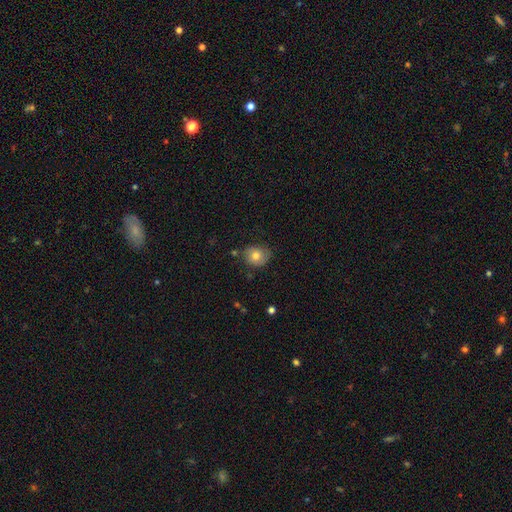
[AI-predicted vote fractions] A smooth galaxy with no disk features (72%) that is round (63%). Merging: none (70%).